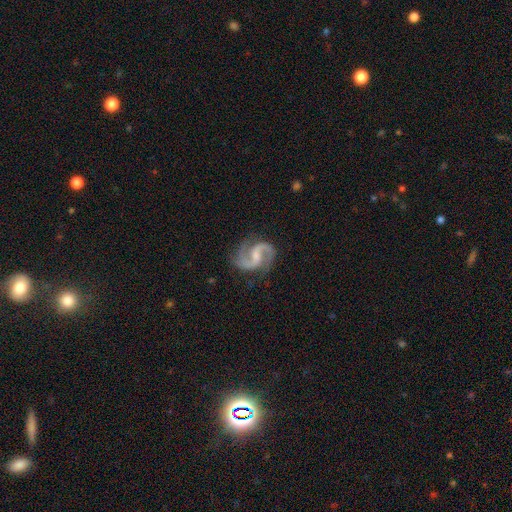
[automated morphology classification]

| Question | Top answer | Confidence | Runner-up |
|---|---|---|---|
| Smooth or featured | featured or disk | 93% | star or artifact (4%) |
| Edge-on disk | no | 98% | yes (2%) |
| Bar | weak | 52% | no (31%) |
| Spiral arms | yes | 98% | no (2%) |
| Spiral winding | medium | 62% | loose (26%) |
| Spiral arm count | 2 | 94% | 3 (2%) |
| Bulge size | small | 41% | moderate (30%) |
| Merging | none | 80% | minor disturbance (14%) |